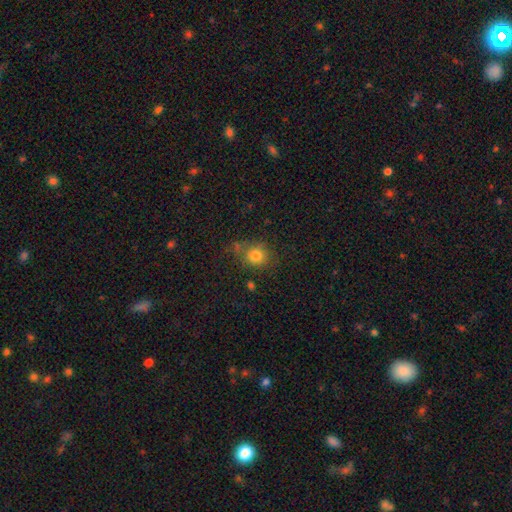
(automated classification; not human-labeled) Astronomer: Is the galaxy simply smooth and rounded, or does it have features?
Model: smooth — 78%.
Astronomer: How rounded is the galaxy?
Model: round — 76%.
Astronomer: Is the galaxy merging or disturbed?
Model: none — 65%.